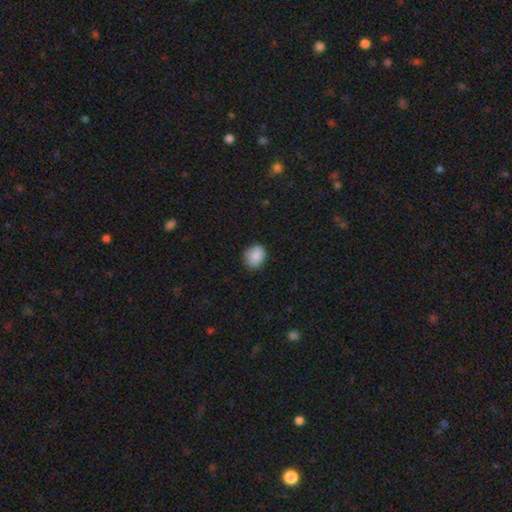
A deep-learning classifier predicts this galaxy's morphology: This appears to be a smooth galaxy with no disk features (87%) that is round (62%). Merging: none (82%).